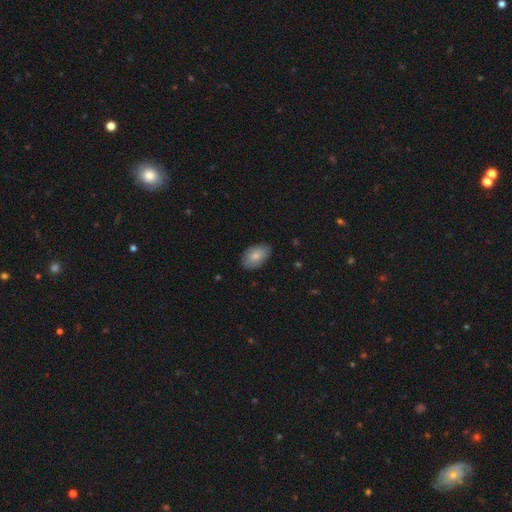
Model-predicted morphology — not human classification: Smooth or featured: smooth — 83% (featured or disk — 11%)
How rounded: in between — 92% (round — 7%)
Merging: none — 82% (minor disturbance — 14%)